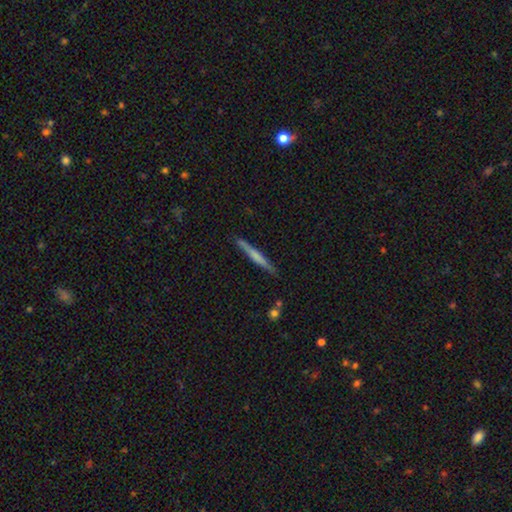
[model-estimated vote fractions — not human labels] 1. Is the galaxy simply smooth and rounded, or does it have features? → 47% featured or disk (tied), 47% smooth (tied), 6% star or artifact.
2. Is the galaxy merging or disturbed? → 88% none, 9% minor disturbance, 2% major disturbance, 2% merger.